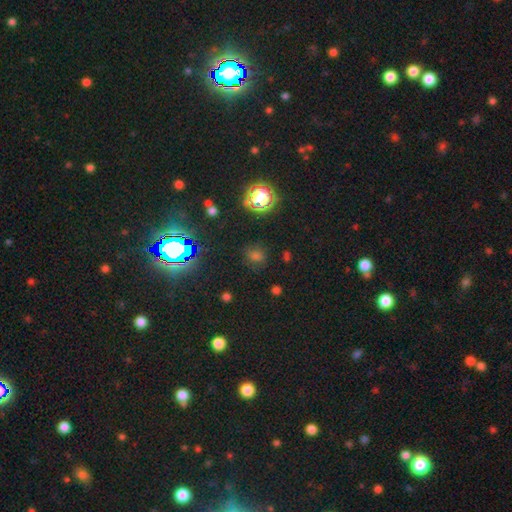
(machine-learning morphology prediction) Smooth or featured: smooth — 51% (star or artifact — 42%)
How rounded: round — 71% (in between — 27%)
Merging: none — 80% (minor disturbance — 12%)